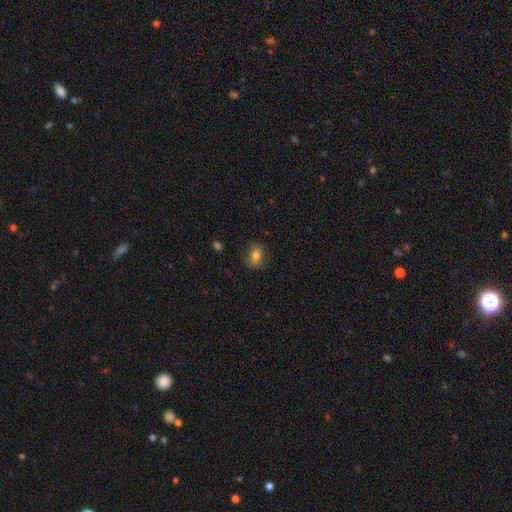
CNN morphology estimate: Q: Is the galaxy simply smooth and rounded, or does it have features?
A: smooth — 75%.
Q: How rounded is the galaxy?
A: in between — 72%.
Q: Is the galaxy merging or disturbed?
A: none — 76%.